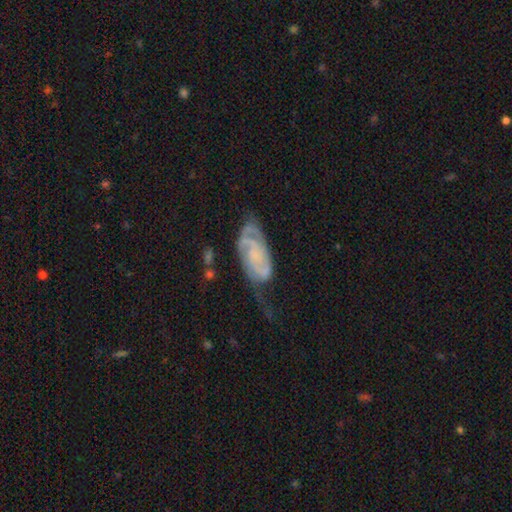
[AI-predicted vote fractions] Smooth or featured: featured or disk — 71% (smooth — 20%)
Edge-on disk: no — 93% (yes — 7%)
Bar: no — 64% (weak — 28%)
Spiral arms: yes — 88% (no — 12%)
Spiral winding: tight — 49% (medium — 37%)
Spiral arm count: 2 — 54% (can't tell — 24%)
Bulge size: small — 46% (none — 33%)
Merging: none — 40% (minor disturbance — 29%)